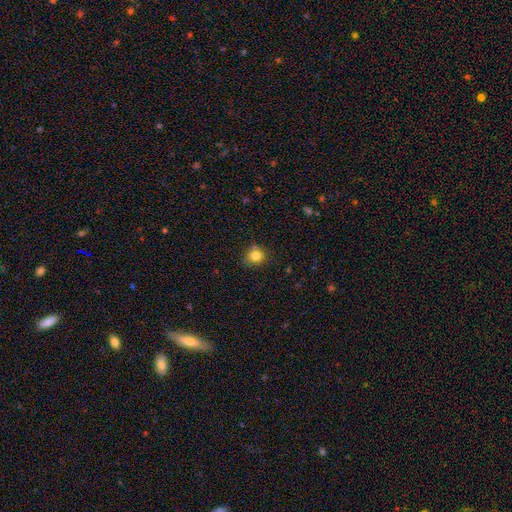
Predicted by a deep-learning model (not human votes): smooth_or_featured: smooth (p=0.81) [alt: star or artifact p=0.12]
how_rounded: round (p=0.80) [alt: in between p=0.19]
merging: none (p=0.73) [alt: minor disturbance p=0.18]